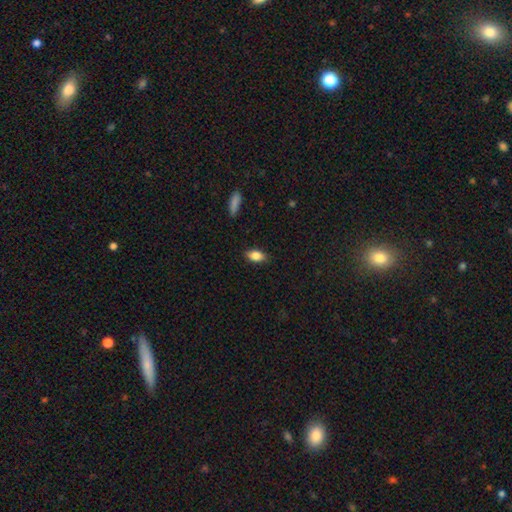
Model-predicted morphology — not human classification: A smooth galaxy with no disk features (84%) that is in between round and cigar-shaped (88%). Merging: none (86%).